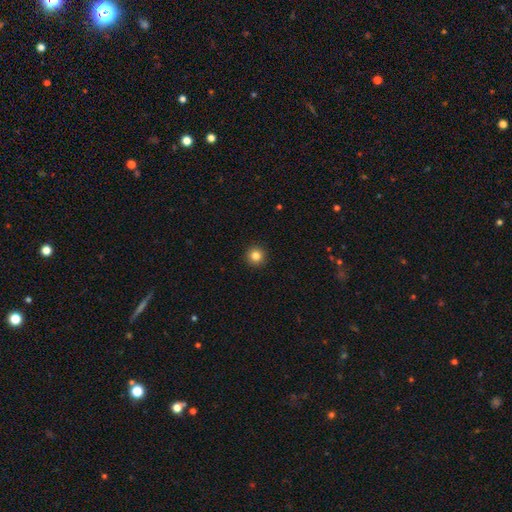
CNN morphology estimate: Smooth or featured?
  - smooth: 84% *
  - star or artifact: 11%
  - featured or disk: 5%
How rounded?
  - round: 96% *
  - in between: 3%
  - cigar-shaped: 1%
Merging?
  - none: 93% *
  - minor disturbance: 4%
  - major disturbance: 2%
  - merger: 1%